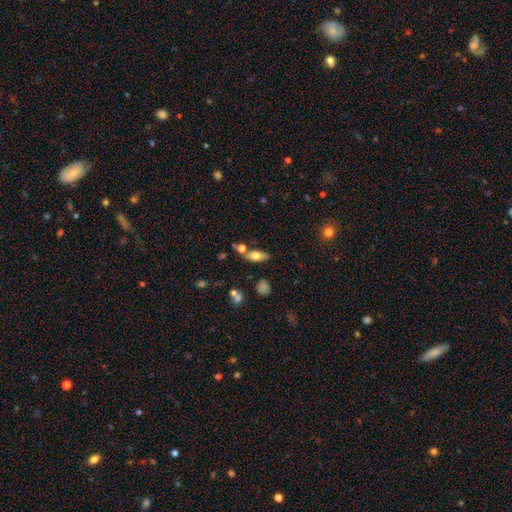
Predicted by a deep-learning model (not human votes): Smooth or featured? smooth (69%)
How rounded? in between (77%)
Merging? none (66%)